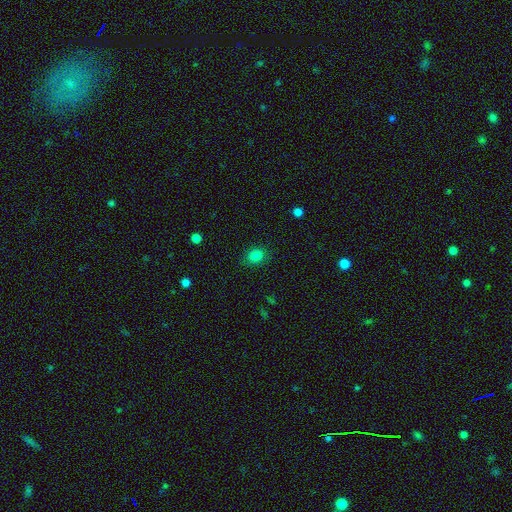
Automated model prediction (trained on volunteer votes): Smooth or featured? smooth (83%)
How rounded? in between (50%)
Merging? none (85%)